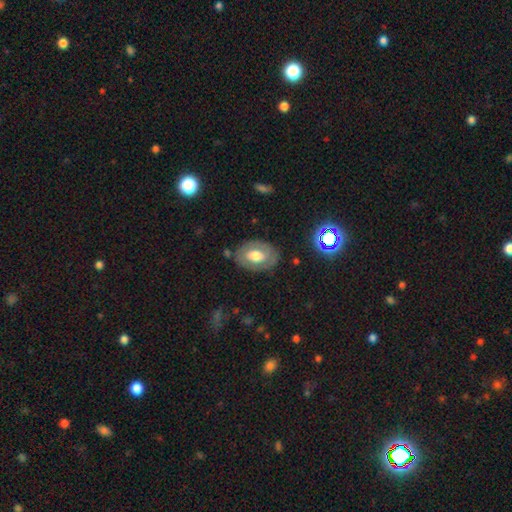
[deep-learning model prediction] smooth-or-featured: smooth: 50% | featured or disk: 43% | star or artifact: 7%
  how-rounded: in between: 83% | round: 16% | cigar-shaped: 1%
  merging: none: 77% | minor disturbance: 15% | major disturbance: 5% | merger: 2%